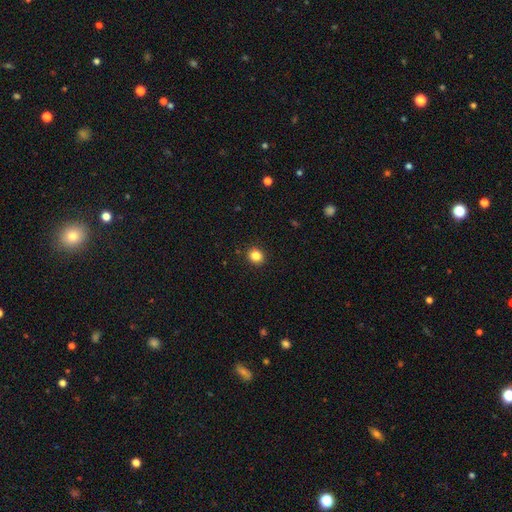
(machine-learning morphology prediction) Smooth or featured: smooth — 83% (star or artifact — 12%)
How rounded: round — 80% (in between — 19%)
Merging: none — 91% (minor disturbance — 6%)